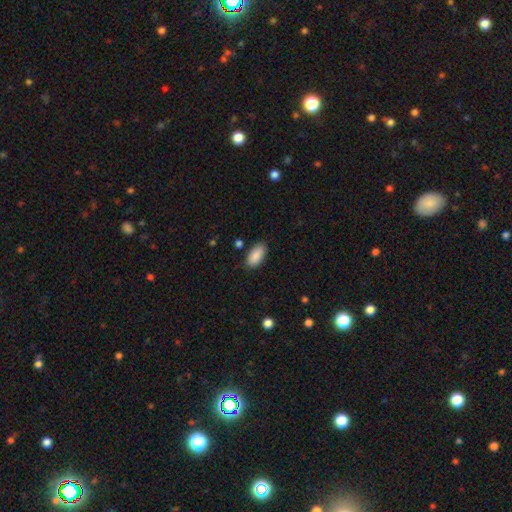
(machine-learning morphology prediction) smooth-or-featured: smooth: 89% | star or artifact: 7% | featured or disk: 5%
  how-rounded: in between: 93% | cigar-shaped: 5% | round: 2%
  merging: none: 84% | minor disturbance: 12% | major disturbance: 2% | merger: 2%